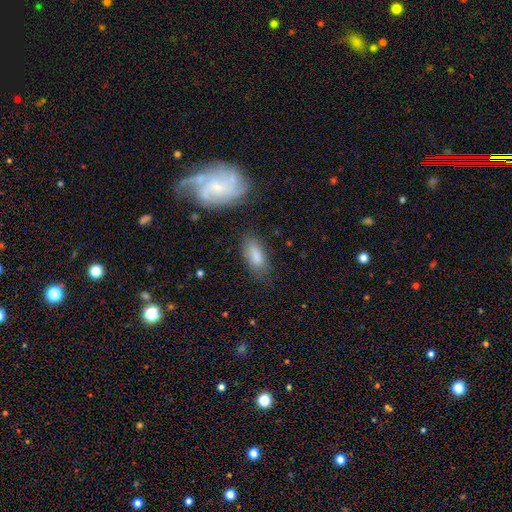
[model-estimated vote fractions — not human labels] Smooth or featured?
  - smooth: 83% *
  - featured or disk: 10%
  - star or artifact: 7%
How rounded?
  - in between: 84% *
  - cigar-shaped: 13%
  - round: 3%
Merging?
  - none: 73% *
  - minor disturbance: 18%
  - major disturbance: 5%
  - merger: 4%